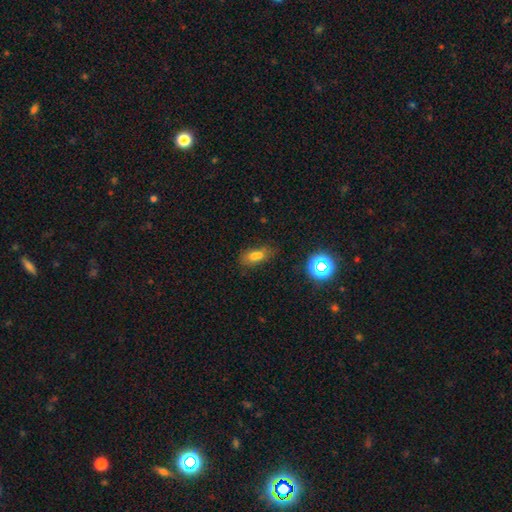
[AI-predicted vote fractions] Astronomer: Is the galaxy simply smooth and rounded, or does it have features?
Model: smooth — 65%.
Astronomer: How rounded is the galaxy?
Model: in between — 72%.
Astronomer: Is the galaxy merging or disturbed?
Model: none — 46% (runner-up: merger, 30%).